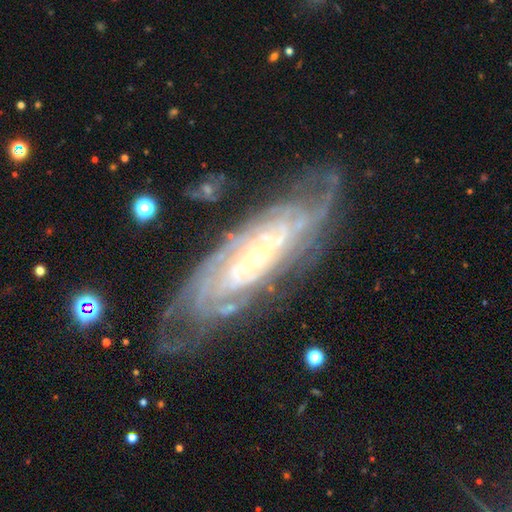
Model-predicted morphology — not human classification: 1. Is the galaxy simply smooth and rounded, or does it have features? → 88% featured or disk, 6% smooth, 5% star or artifact.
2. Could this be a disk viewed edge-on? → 88% no, 12% yes.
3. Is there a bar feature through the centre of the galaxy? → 59% no, 27% weak, 14% strong.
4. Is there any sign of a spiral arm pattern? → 95% yes, 5% no.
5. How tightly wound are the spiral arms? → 78% tight, 18% medium, 4% loose.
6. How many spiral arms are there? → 43% can't tell, 15% 4, 14% more than 4, 11% 2, 11% 3, 6% 1.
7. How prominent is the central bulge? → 65% small, 30% moderate, 2% large, 1% none, 1% dominant.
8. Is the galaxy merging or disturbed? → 74% none, 17% minor disturbance, 7% major disturbance, 2% merger.